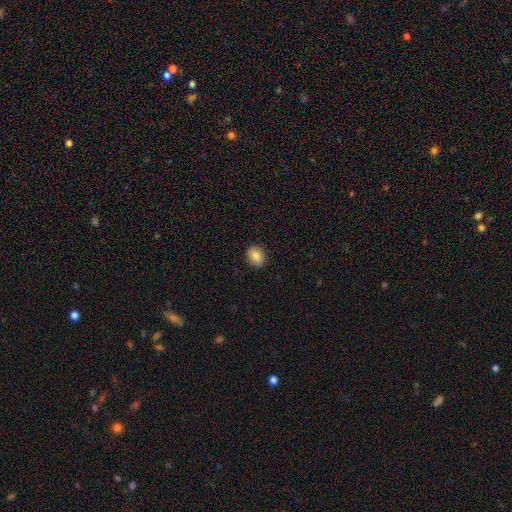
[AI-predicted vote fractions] The model was most divided on "how rounded": round: 57%, in between: 42%, cigar-shaped: 1%. More confident: merging — none (90%); smooth or featured — smooth (85%).